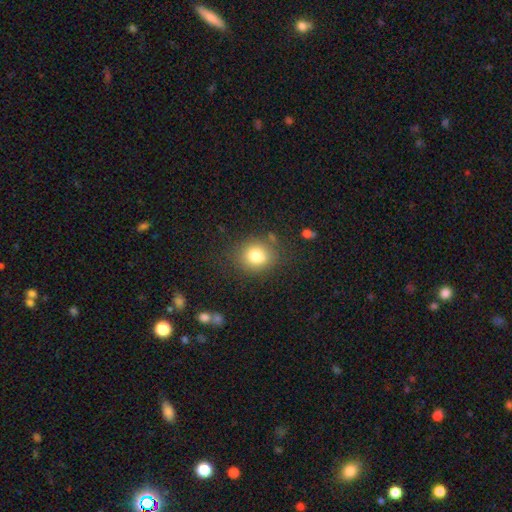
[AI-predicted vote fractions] This appears to be a smooth galaxy with no disk features (79%) that is round (71%). Merging: none (80%).